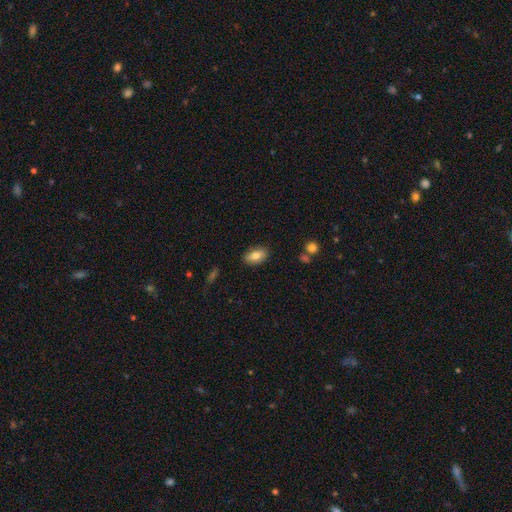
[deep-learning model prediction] Smooth or featured: smooth — 78% (featured or disk — 15%)
How rounded: in between — 90% (round — 5%)
Merging: none — 86% (minor disturbance — 10%)